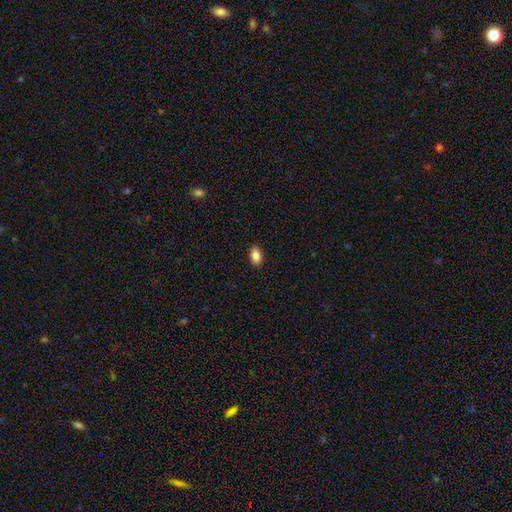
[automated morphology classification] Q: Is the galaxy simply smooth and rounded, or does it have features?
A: smooth — 87%.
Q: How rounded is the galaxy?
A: in between — 89%.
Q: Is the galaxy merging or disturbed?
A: none — 90%.